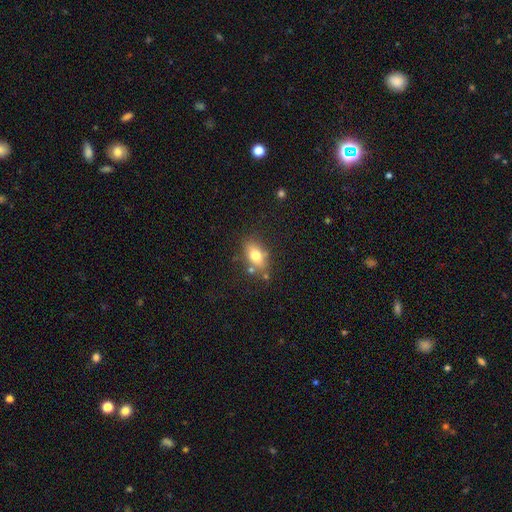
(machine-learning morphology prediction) smooth-or-featured: smooth: 75% | featured or disk: 16% | star or artifact: 10%
  how-rounded: in between: 82% | round: 13% | cigar-shaped: 5%
  merging: none: 72% | minor disturbance: 16% | merger: 7% | major disturbance: 4%